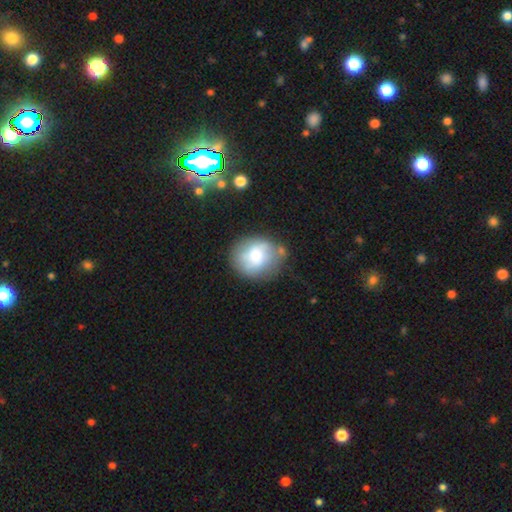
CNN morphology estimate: Overall: smooth (64%; featured or disk 28%). How rounded: round (73%). Merging: none (58%; minor disturbance 24%).